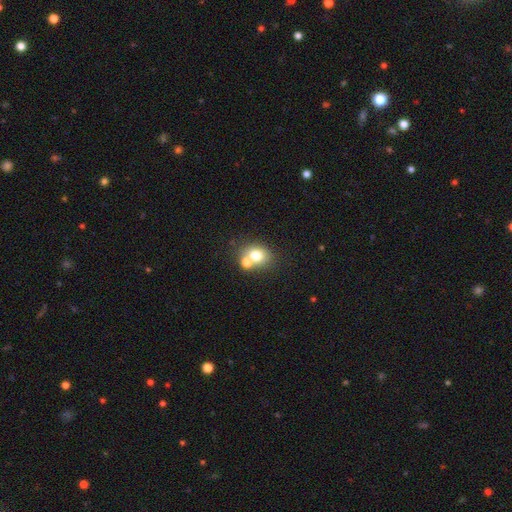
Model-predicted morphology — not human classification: Q: Smooth or featured?
A: smooth (72%); runner-up: featured or disk (15%)
Q: How rounded?
A: round (61%); runner-up: in between (38%)
Q: Merging?
A: none (49%); runner-up: merger (39%)